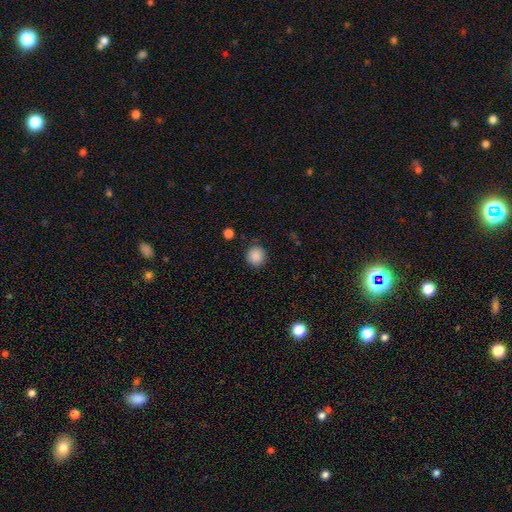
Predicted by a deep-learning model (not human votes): This appears to be a smooth galaxy with no disk features (88%) that is round (91%). Merging: none (87%).